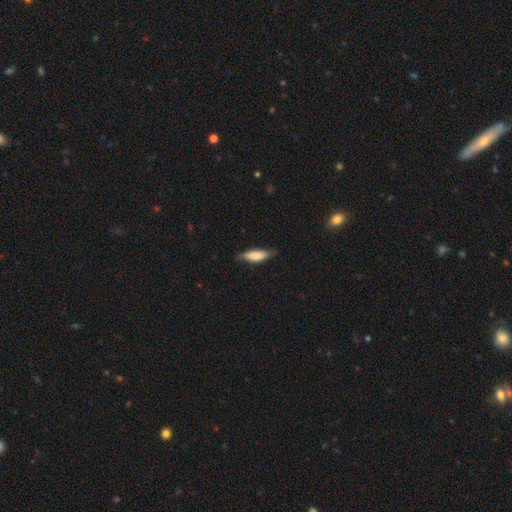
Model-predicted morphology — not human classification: A smooth galaxy with no disk features (76%) that is in between round and cigar-shaped (52%).

Vote fractions:
- Smooth or featured? smooth: 76% / featured or disk: 19% / star or artifact: 6%
- How rounded? in between: 52% / cigar-shaped: 46% / round: 2%
- Merging? none: 71% / minor disturbance: 23% / major disturbance: 4% / merger: 1%